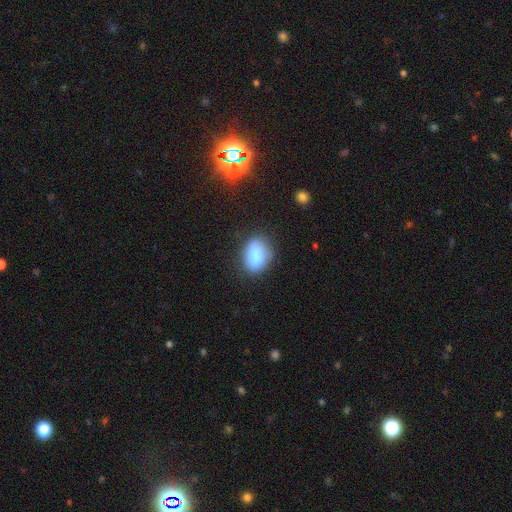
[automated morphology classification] Smooth or featured? Predicted: smooth (p=0.81). How rounded? Predicted: in between (p=0.78). Merging? Predicted: none (p=0.72).